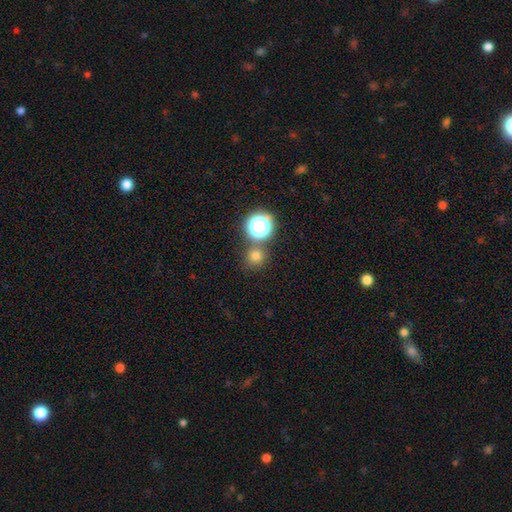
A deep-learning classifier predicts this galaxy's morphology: type=smooth (72%); roundness=round (91%); merging=none (73%).